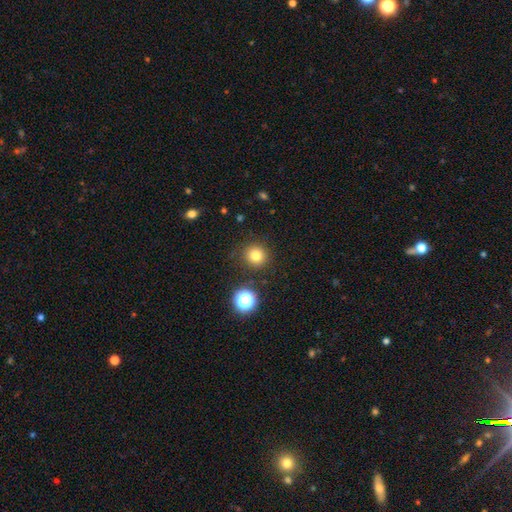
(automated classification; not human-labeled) The model was most divided on "smooth or featured": smooth: 79%, star or artifact: 15%, featured or disk: 7%. More confident: how rounded — round (93%); merging — none (87%).